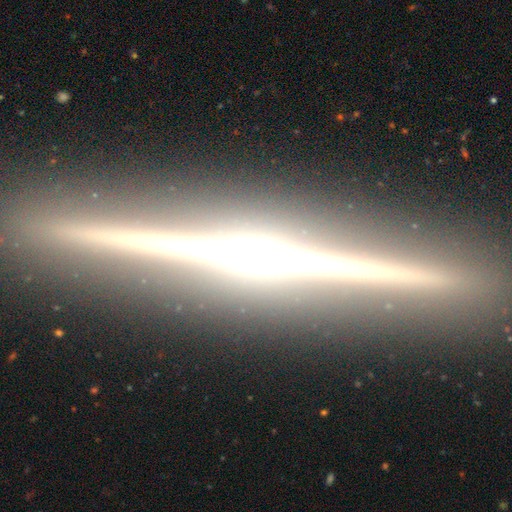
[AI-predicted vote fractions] This appears to be a featured or disk galaxy (89%) viewed edge-on (98%) with a rounded central bulge (61%). Merging: none (91%).